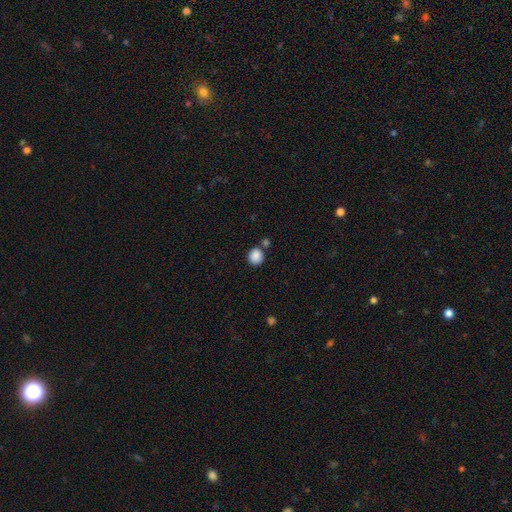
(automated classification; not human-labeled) Smooth or featured?
  - smooth: 88% *
  - star or artifact: 9%
  - featured or disk: 3%
How rounded?
  - round: 87% *
  - in between: 12%
  - cigar-shaped: 1%
Merging?
  - none: 75% *
  - merger: 12%
  - minor disturbance: 9%
  - major disturbance: 3%